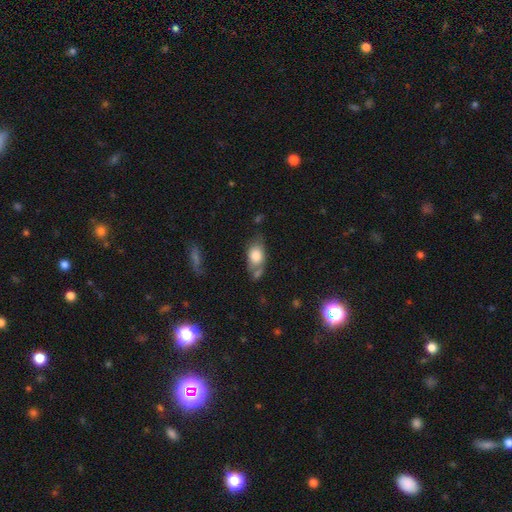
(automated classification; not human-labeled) This appears to be a smooth galaxy with no disk features (76%) that is in between round and cigar-shaped (83%). Merging: none (47%).